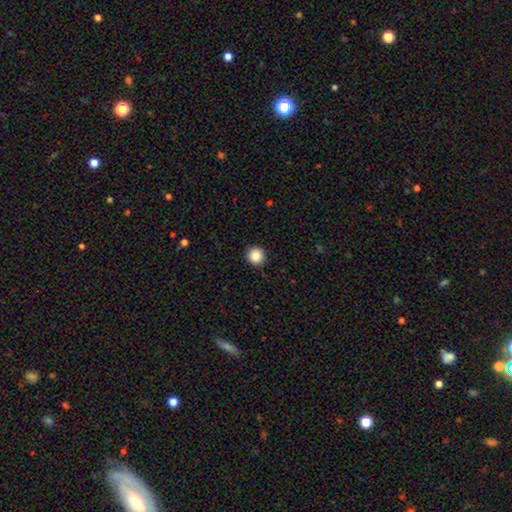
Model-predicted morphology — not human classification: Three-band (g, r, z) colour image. It shows a smooth galaxy with no disk features (87%) that is round (95%). Merging: none (93%).